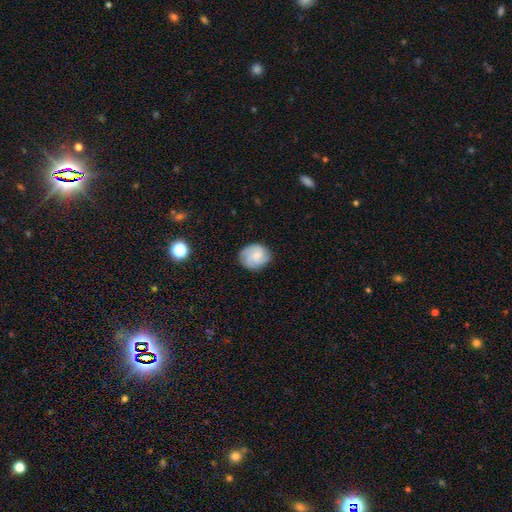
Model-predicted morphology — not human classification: Smooth or featured? Predicted: featured or disk (p=0.49). Merging? Predicted: none (p=0.77).